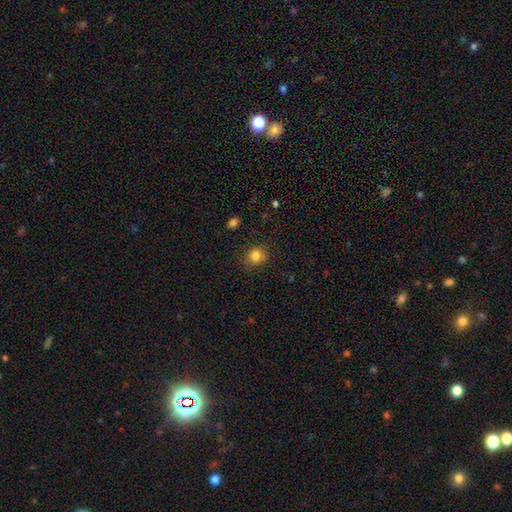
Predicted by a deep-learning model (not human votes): Morphology: type=smooth (81%); roundness=round (76%); merging=none (79%).